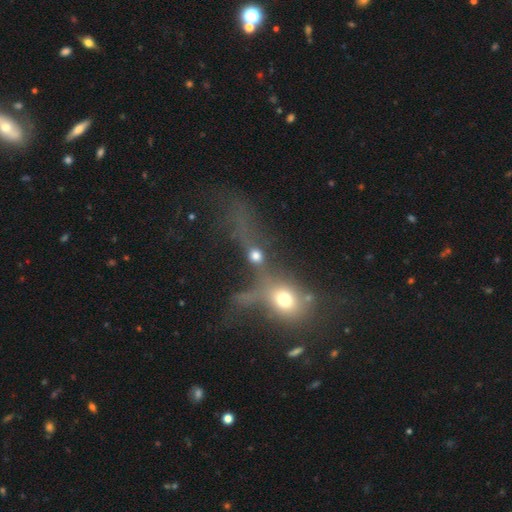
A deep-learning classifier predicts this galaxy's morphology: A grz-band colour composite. It shows a smooth galaxy with no disk features (50%) that is round (58%). Merging: merger (56%).